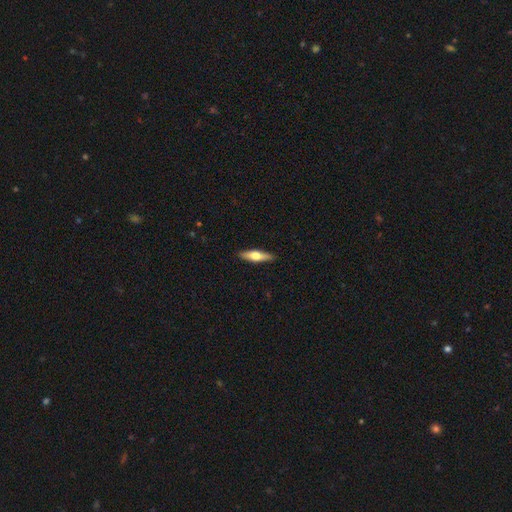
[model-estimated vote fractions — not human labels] Smooth or featured? smooth (52%)
How rounded? cigar-shaped (65%)
Merging? none (90%)